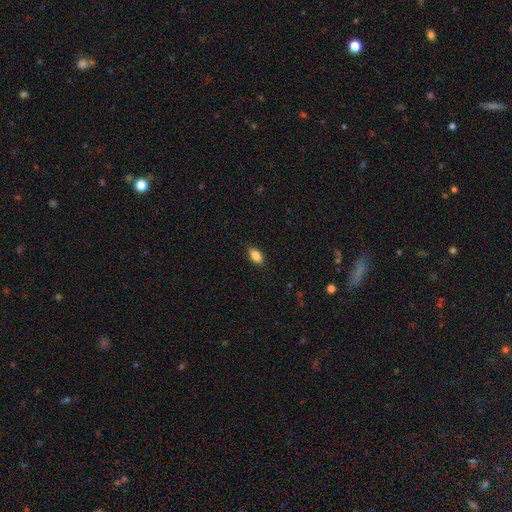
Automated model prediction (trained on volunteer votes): The model was most divided on "merging": none: 84%, minor disturbance: 13%, major disturbance: 2%, merger: 1%. More confident: how rounded — in between (88%); smooth or featured — smooth (84%).